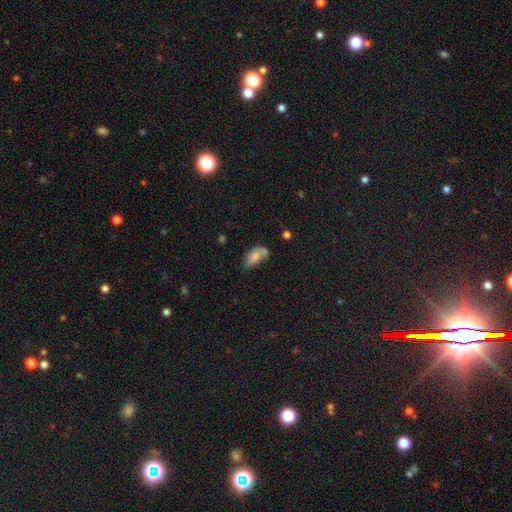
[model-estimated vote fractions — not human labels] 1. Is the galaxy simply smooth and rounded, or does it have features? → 73% smooth, 18% featured or disk, 10% star or artifact.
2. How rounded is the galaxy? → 89% in between, 6% round, 5% cigar-shaped.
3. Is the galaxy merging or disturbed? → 34% none, 28% minor disturbance, 23% merger, 15% major disturbance.